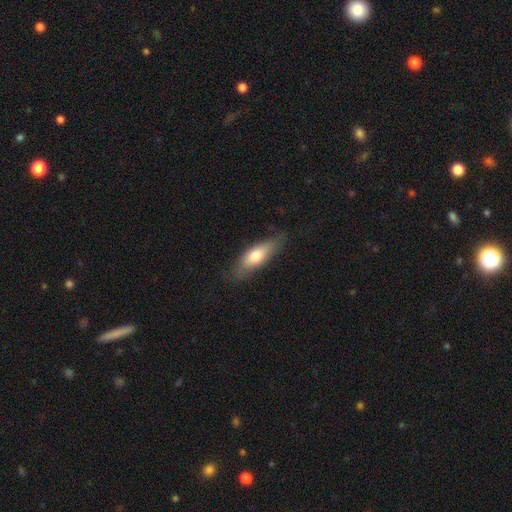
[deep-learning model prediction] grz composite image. It shows a smooth galaxy with no disk features (69%) that is in between round and cigar-shaped (58%). Merging: none (75%).